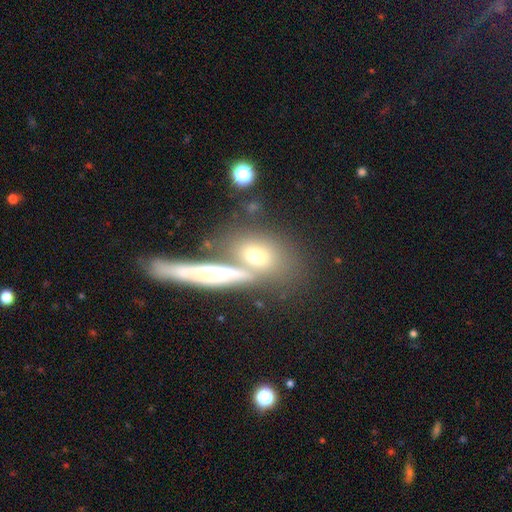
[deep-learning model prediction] A smooth galaxy with no disk features (64%) that is in between round and cigar-shaped (52%).

Vote fractions:
- Smooth or featured? smooth: 64% / featured or disk: 26% / star or artifact: 11%
- How rounded? in between: 52% / round: 37% / cigar-shaped: 11%
- Merging? none: 50% / merger: 33% / minor disturbance: 12% / major disturbance: 6%